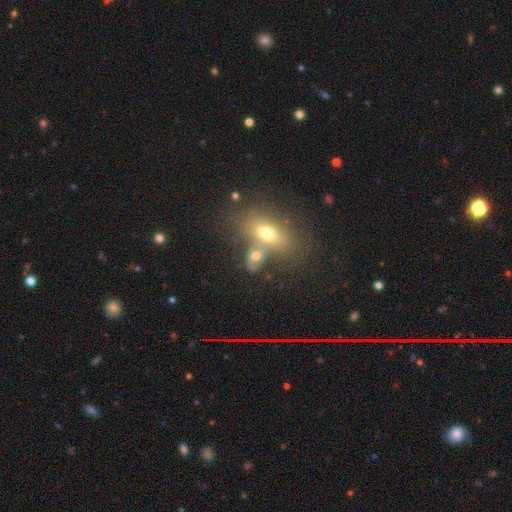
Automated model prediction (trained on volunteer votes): Morphology: type=smooth (64%); roundness=in between (81%); merging=merger (48%).